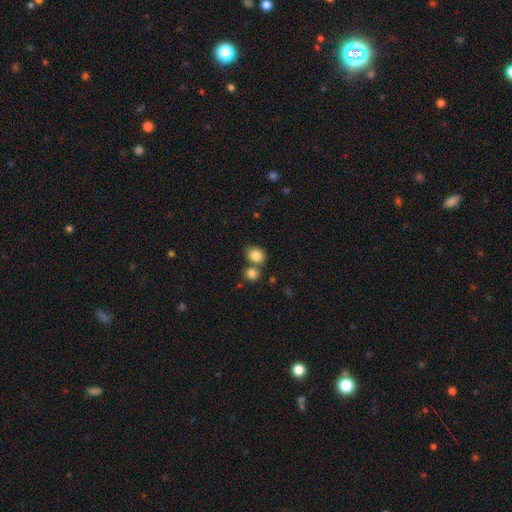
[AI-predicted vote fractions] This appears to be a smooth galaxy with no disk features (84%) that is round (57%). Merging: none (57%).